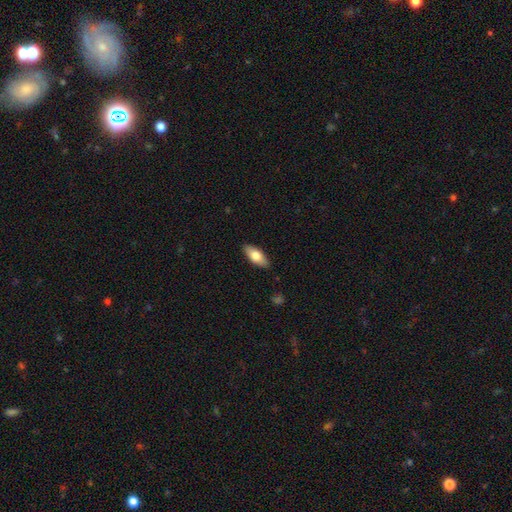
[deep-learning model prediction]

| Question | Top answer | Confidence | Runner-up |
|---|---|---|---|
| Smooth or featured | smooth | 74% | featured or disk (20%) |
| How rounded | in between | 83% | cigar-shaped (14%) |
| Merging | none | 88% | minor disturbance (9%) |